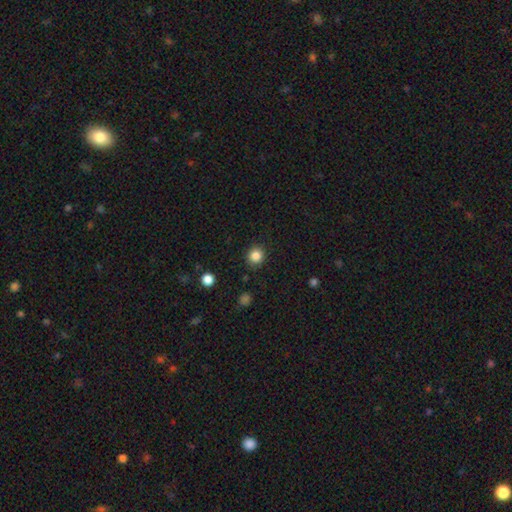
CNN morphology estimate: Smooth or featured: smooth — 85% (star or artifact — 11%)
How rounded: round — 88% (in between — 11%)
Merging: none — 88% (minor disturbance — 8%)